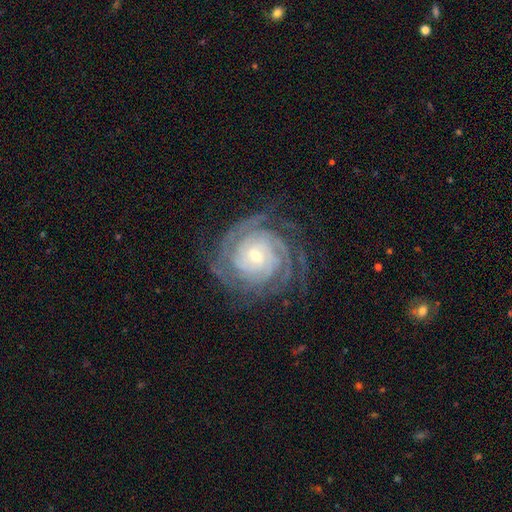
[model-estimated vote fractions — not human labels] Smooth or featured: featured or disk — 90% (star or artifact — 5%)
Edge-on disk: no — 97% (yes — 3%)
Bar: no — 61% (weak — 28%)
Spiral arms: yes — 98% (no — 2%)
Spiral winding: tight — 82% (medium — 16%)
Spiral arm count: 4 — 28% (can't tell — 19%)
Bulge size: small — 63% (moderate — 33%)
Merging: none — 77% (minor disturbance — 15%)